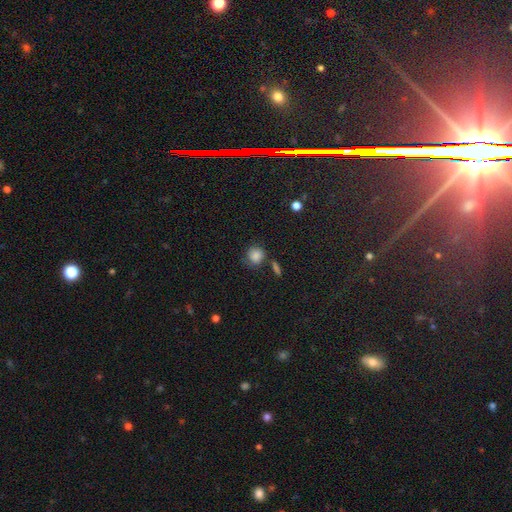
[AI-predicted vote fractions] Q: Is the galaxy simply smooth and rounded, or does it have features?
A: smooth — 81%.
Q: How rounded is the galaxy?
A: round — 85%.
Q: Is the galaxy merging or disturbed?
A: none — 64%.